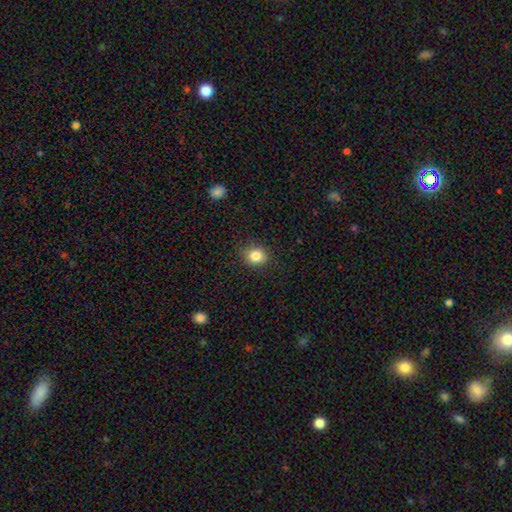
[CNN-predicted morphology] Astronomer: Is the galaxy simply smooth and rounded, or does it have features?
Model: smooth — 83%.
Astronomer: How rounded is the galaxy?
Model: round — 69%.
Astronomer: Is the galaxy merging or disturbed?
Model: none — 87%.